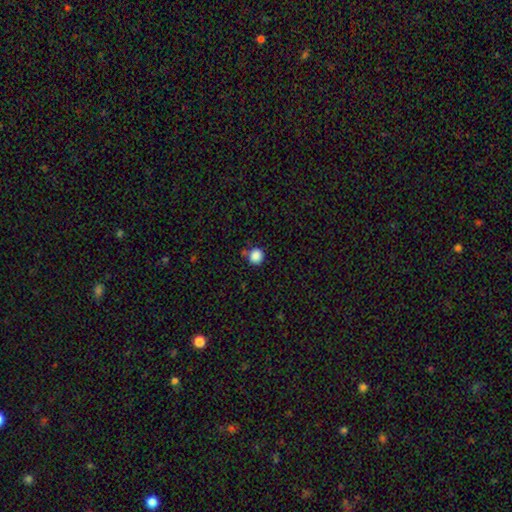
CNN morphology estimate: Smooth or featured: smooth — 87% (star or artifact — 10%)
How rounded: round — 90% (in between — 9%)
Merging: none — 81% (minor disturbance — 11%)